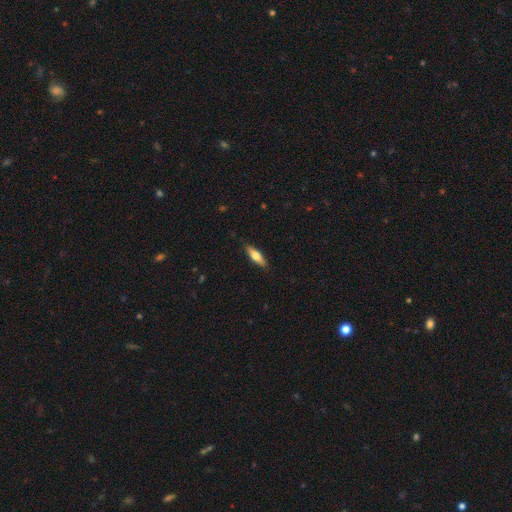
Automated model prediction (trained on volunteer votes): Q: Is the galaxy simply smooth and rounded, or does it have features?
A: smooth — 60%.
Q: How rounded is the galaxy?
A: cigar-shaped — 55%.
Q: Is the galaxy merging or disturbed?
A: none — 87%.